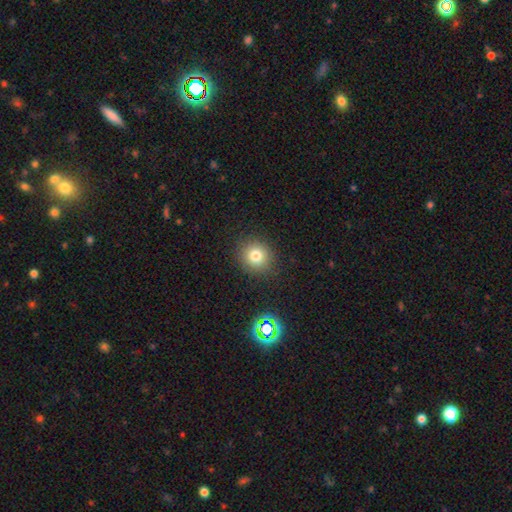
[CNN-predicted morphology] type=smooth (78%); roundness=round (87%); merging=none (89%).